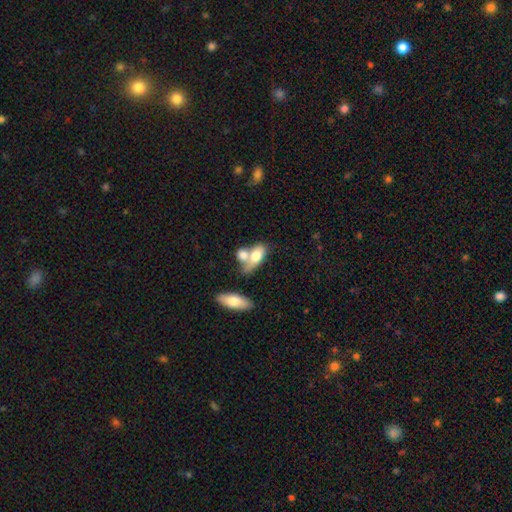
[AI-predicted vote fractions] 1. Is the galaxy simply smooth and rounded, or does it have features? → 73% smooth, 21% featured or disk, 7% star or artifact.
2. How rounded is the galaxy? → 82% in between, 10% round, 9% cigar-shaped.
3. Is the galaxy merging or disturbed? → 63% merger, 21% none, 9% minor disturbance, 7% major disturbance.